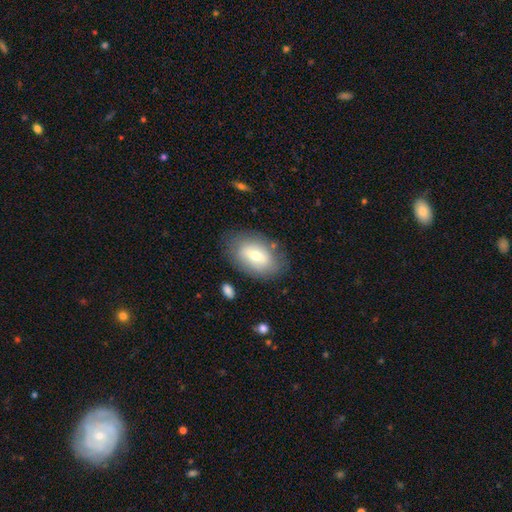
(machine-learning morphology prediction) type=smooth (58%); roundness=in between (88%); merging=none (77%).